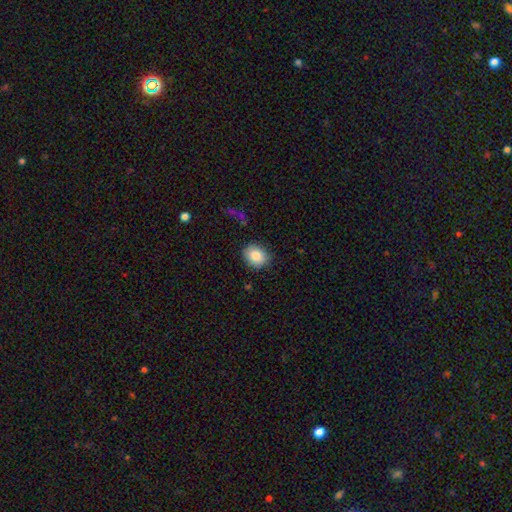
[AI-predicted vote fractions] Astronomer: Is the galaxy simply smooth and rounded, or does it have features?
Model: smooth — 86%.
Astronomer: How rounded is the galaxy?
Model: round — 58% (runner-up: in between, 41%).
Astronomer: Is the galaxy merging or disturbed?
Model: none — 84%.